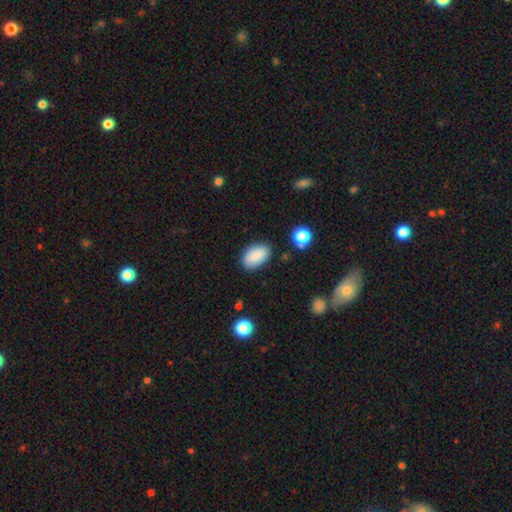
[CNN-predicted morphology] Smooth or featured? Predicted: smooth (p=0.87). How rounded? Predicted: in between (p=0.93). Merging? Predicted: none (p=0.83).